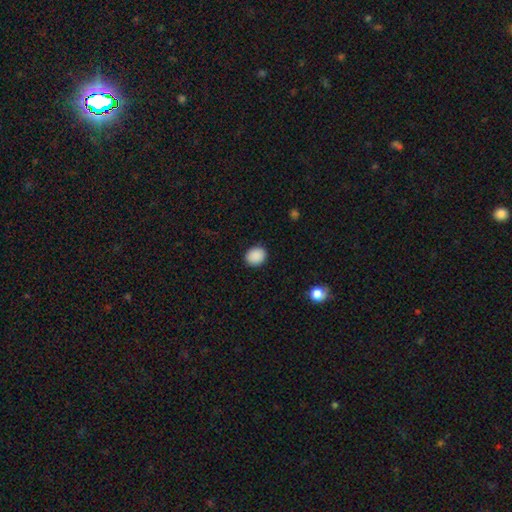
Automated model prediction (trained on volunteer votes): smooth-or-featured: smooth: 90% | star or artifact: 8% | featured or disk: 2%
  how-rounded: round: 59% | in between: 40% | cigar-shaped: 1%
  merging: none: 90% | minor disturbance: 7% | major disturbance: 2% | merger: 1%